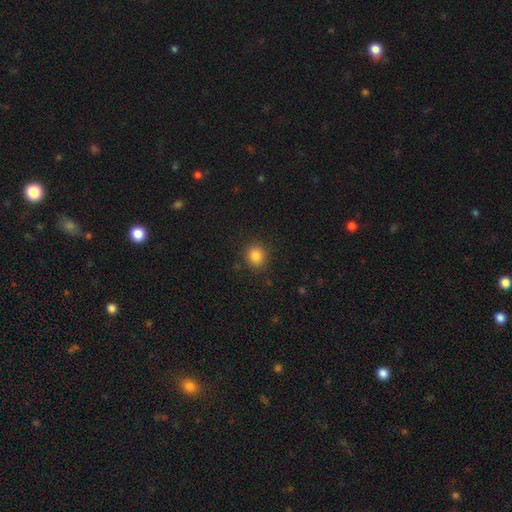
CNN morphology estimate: Overall: smooth (84%). How rounded: round (80%). Merging: none (89%).